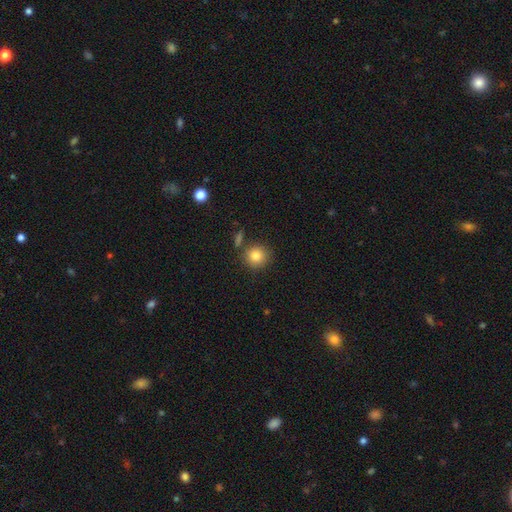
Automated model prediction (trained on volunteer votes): Smooth or featured?
  - smooth: 83% *
  - star or artifact: 10%
  - featured or disk: 7%
How rounded?
  - round: 91% *
  - in between: 8%
  - cigar-shaped: 1%
Merging?
  - none: 79% *
  - minor disturbance: 10%
  - merger: 8%
  - major disturbance: 3%